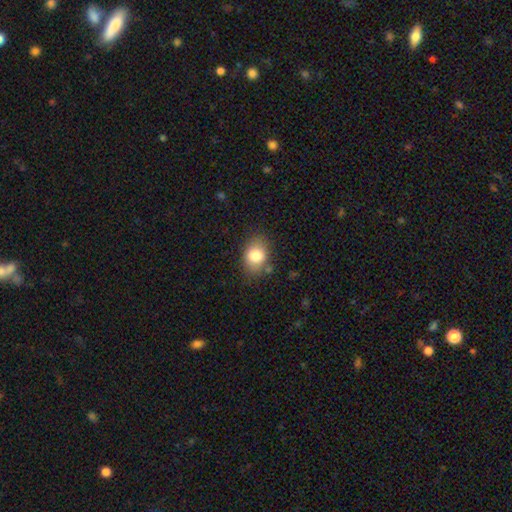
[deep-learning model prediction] This appears to be a smooth galaxy with no disk features (81%) that is in between round and cigar-shaped (69%). Merging: none (76%).